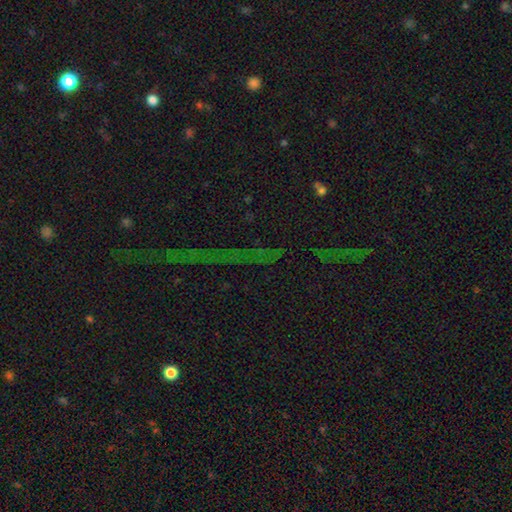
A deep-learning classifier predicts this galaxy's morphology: Overall: star or artifact (76%).